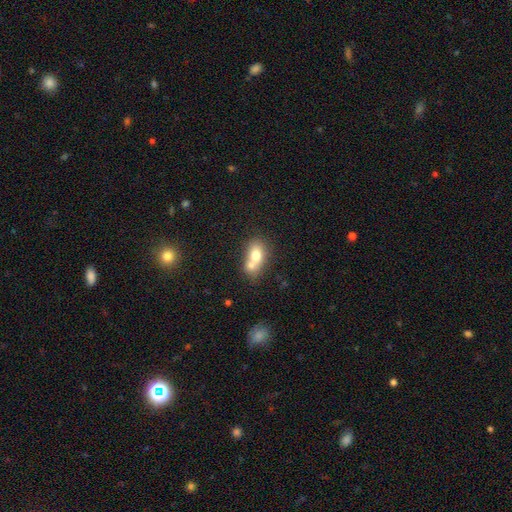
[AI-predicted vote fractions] Smooth or featured? smooth (70%)
How rounded? in between (74%)
Merging? merger (60%)